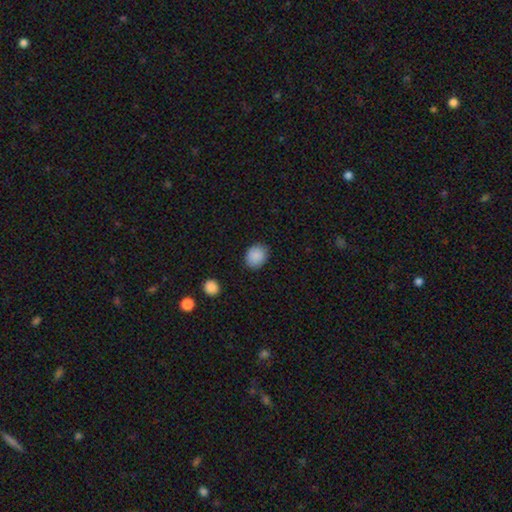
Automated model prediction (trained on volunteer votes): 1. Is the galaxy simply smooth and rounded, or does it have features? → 88% smooth, 8% star or artifact, 4% featured or disk.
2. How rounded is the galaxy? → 58% round, 41% in between, 1% cigar-shaped.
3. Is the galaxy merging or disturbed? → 86% none, 11% minor disturbance, 2% major disturbance, 1% merger.